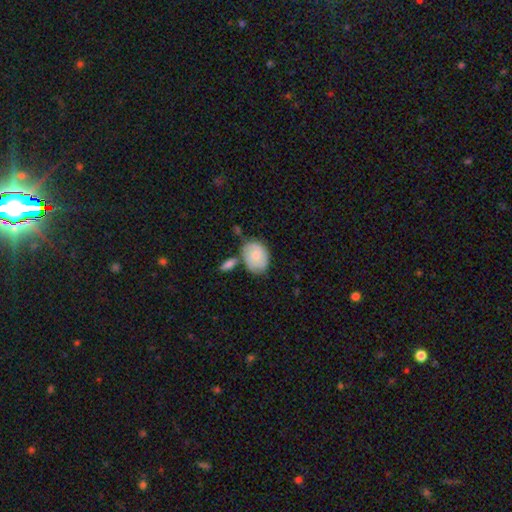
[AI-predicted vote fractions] A smooth galaxy with no disk features (73%) that is in between round and cigar-shaped (66%). Merging: none (49%).